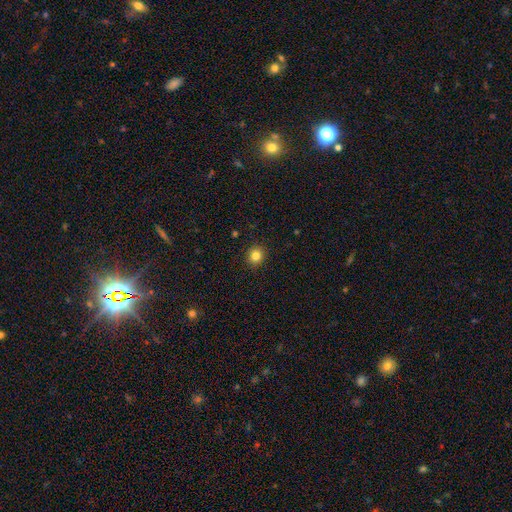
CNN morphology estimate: smooth 83%, star or artifact 12%, featured or disk 5%. Down the decision tree: how rounded — round (86%); merging — none (92%).